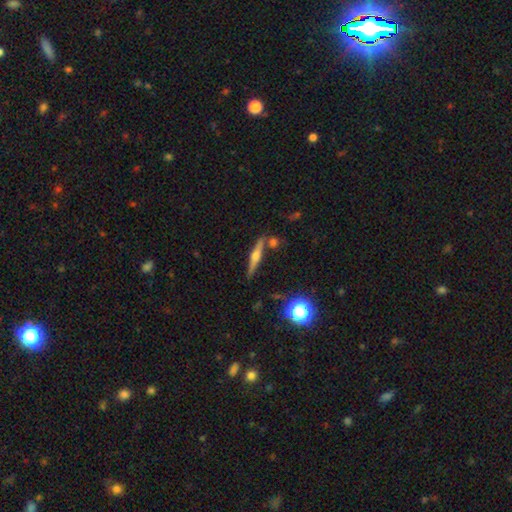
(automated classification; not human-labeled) Overall: featured or disk (71%). Edge-on disk: yes (97%). Edge-on bulge: rounded (90%). Merging: none (82%).